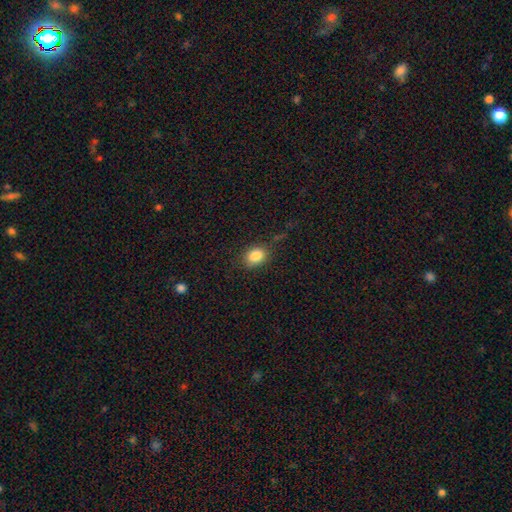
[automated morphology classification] A smooth galaxy with no disk features (84%) that is in between round and cigar-shaped (66%). Merging: none (79%).